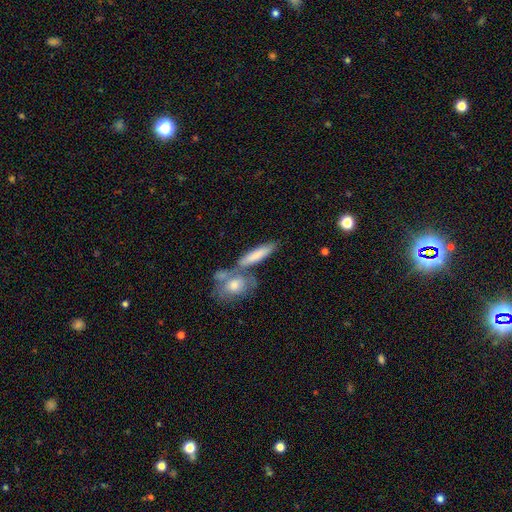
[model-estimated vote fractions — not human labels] Smooth or featured: smooth — 75% (featured or disk — 19%)
How rounded: cigar-shaped — 64% (in between — 32%)
Merging: none — 53% (merger — 31%)